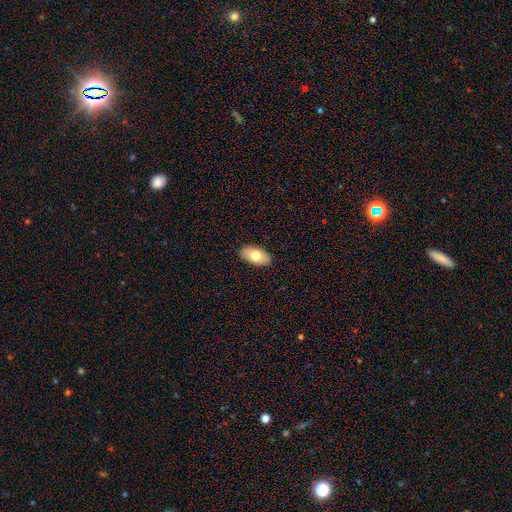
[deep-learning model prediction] A smooth galaxy with no disk features (74%) that is in between round and cigar-shaped (93%). Merging: none (89%).